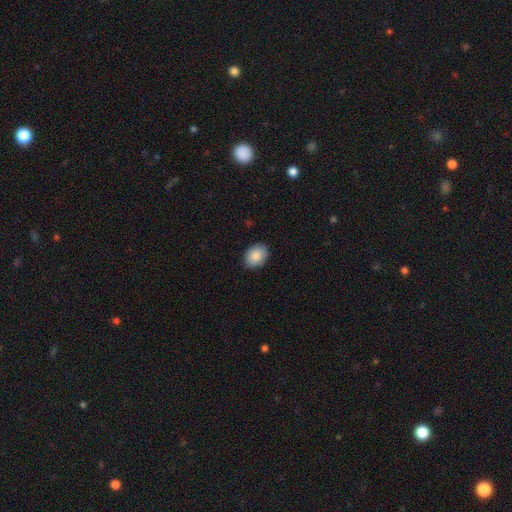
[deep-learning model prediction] This is clearly a smooth galaxy (88%). How rounded: likely in between (74%). Merging: clearly none (87%).